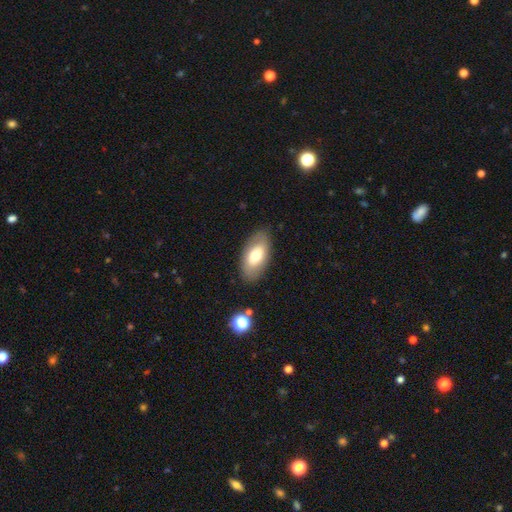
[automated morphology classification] This appears to be a smooth galaxy with no disk features (67%) that is in between round and cigar-shaped (93%). Merging: none (84%).